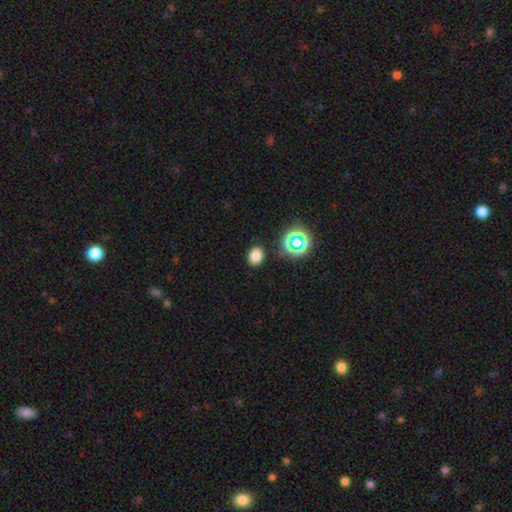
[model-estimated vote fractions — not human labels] smooth 77%, star or artifact 17%, featured or disk 5%. Down the decision tree: how rounded — in between (59%); merging — none (87%).